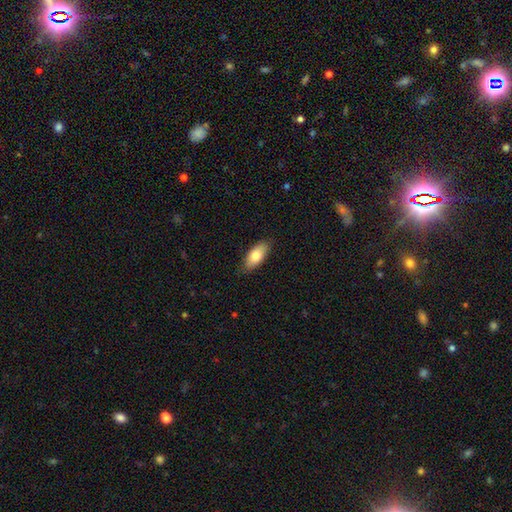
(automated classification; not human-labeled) smooth_or_featured: smooth (p=0.78) [alt: featured or disk p=0.15]
how_rounded: in between (p=0.86) [alt: cigar-shaped p=0.11]
merging: none (p=0.83) [alt: minor disturbance p=0.14]